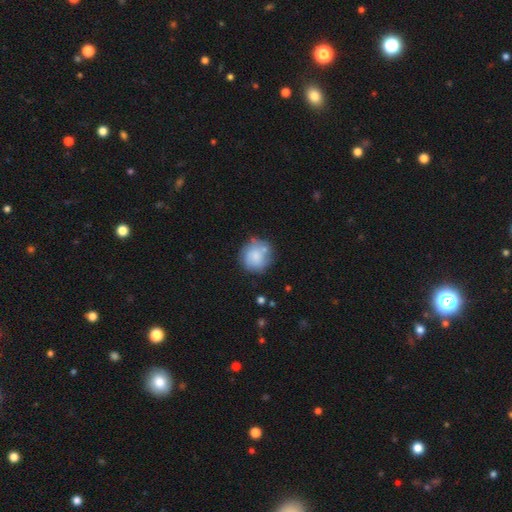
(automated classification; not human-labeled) smooth-or-featured: smooth: 71% | featured or disk: 22% | star or artifact: 8%
  how-rounded: round: 88% | in between: 11% | cigar-shaped: 1%
  merging: none: 60% | minor disturbance: 20% | merger: 12% | major disturbance: 8%